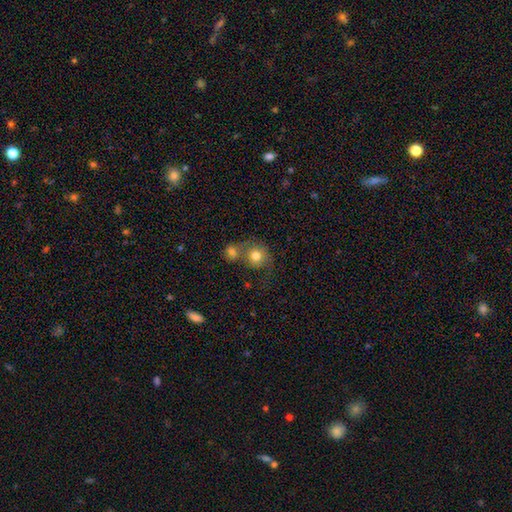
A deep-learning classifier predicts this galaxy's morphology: A smooth galaxy with no disk features (77%) that is round (83%). Merging: merger (47%).